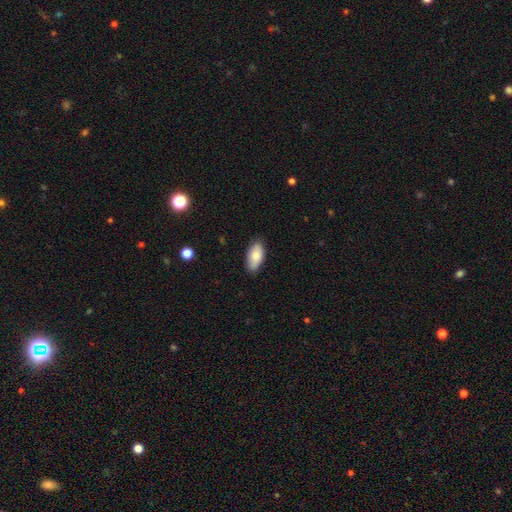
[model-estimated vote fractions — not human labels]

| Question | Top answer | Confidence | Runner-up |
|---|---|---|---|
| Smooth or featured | smooth | 80% | featured or disk (14%) |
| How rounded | in between | 93% | cigar-shaped (4%) |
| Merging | none | 83% | minor disturbance (13%) |